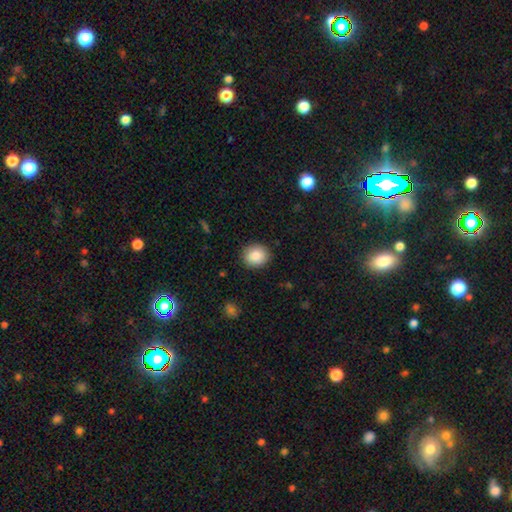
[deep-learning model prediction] smooth 85%, star or artifact 8%, featured or disk 6%. Down the decision tree: how rounded — round (84%); merging — none (90%).